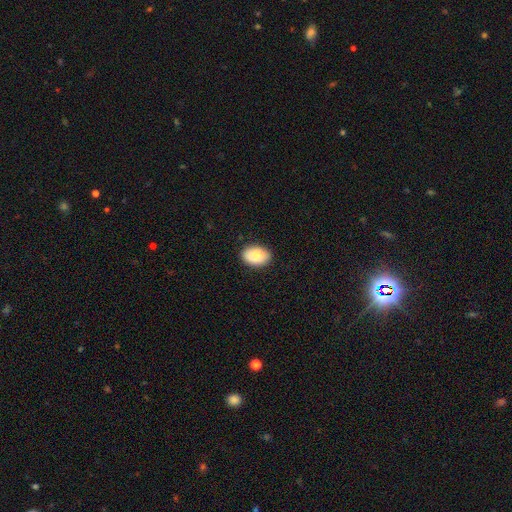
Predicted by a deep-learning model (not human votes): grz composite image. It shows a smooth galaxy with no disk features (87%) that is in between round and cigar-shaped (86%). Merging: none (88%).